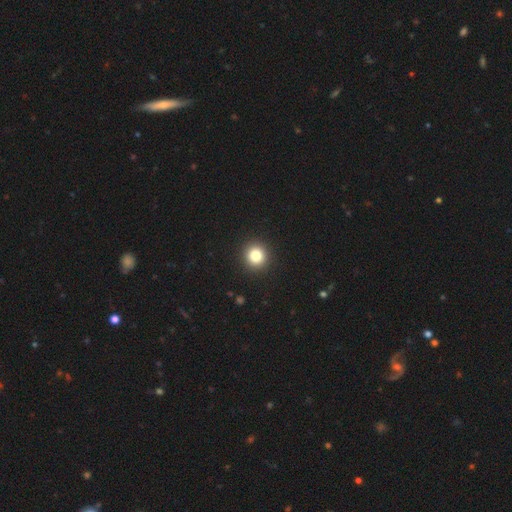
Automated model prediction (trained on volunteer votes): Q: Smooth or featured?
A: smooth (83%); runner-up: star or artifact (11%)
Q: How rounded?
A: round (94%); runner-up: in between (5%)
Q: Merging?
A: none (93%); runner-up: minor disturbance (4%)